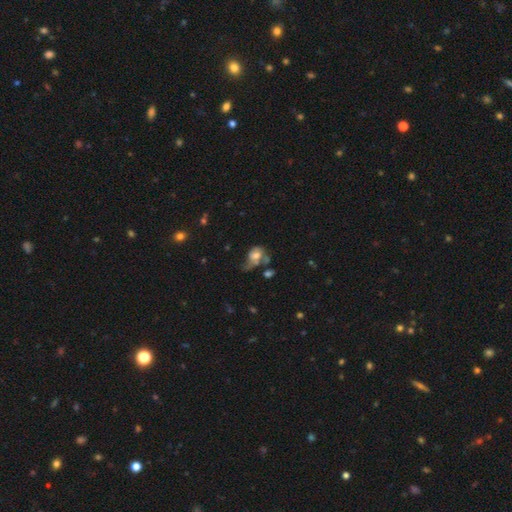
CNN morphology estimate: This is possibly a smooth galaxy (54%). How rounded: likely in between (61%). Merging: marginally major disturbance (37%).